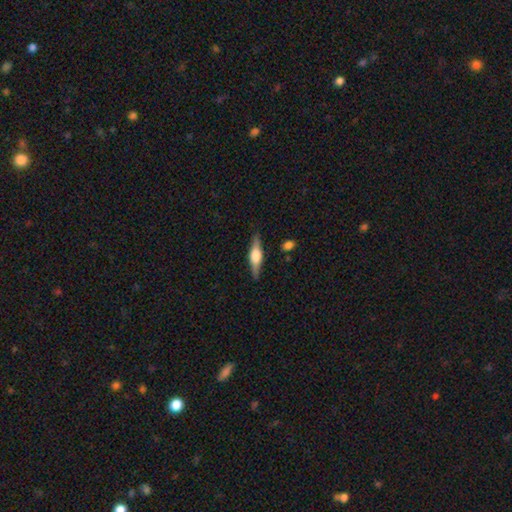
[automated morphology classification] A featured or disk galaxy (66%) viewed edge-on (97%) with a rounded central bulge (87%). Merging: none (86%).